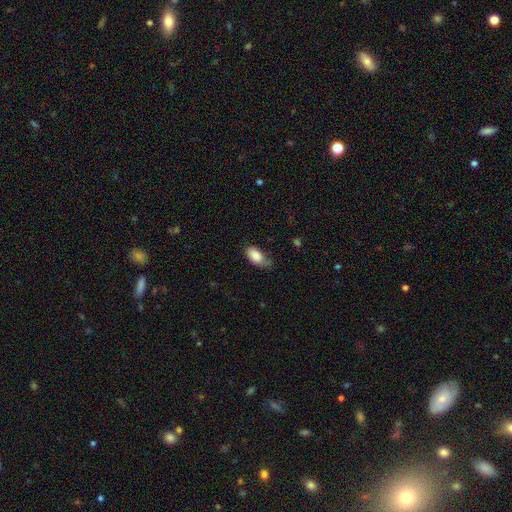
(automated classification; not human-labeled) Smooth or featured? smooth (86%)
How rounded? in between (93%)
Merging? none (55%)